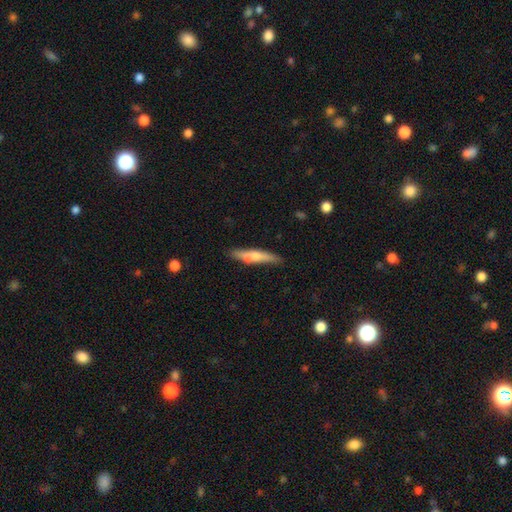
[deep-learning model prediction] The model was most divided on "smooth or featured": smooth: 54%, featured or disk: 40%, star or artifact: 6%. More confident: how rounded — cigar-shaped (90%); merging — none (77%).